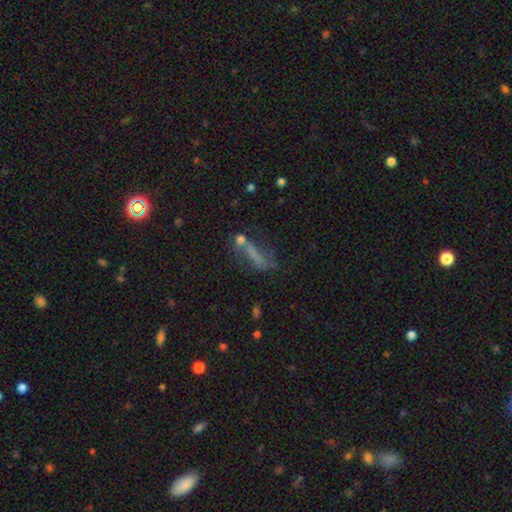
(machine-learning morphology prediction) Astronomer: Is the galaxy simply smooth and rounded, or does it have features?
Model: smooth — 53% (runner-up: featured or disk, 30%).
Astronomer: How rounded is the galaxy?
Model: cigar-shaped — 62%.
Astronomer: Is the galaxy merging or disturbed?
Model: none — 34% (runner-up: major disturbance, 26%).